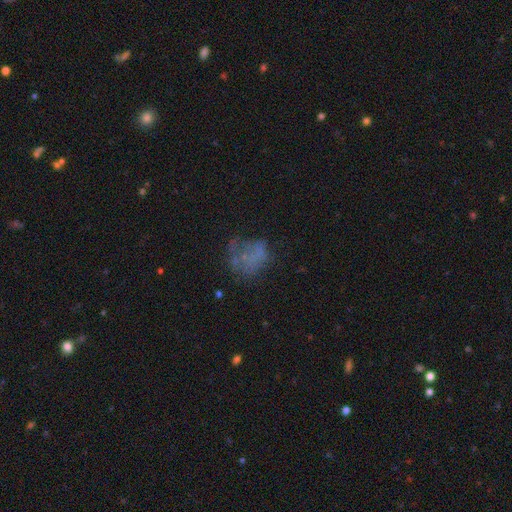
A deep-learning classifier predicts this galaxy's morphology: smooth_or_featured: smooth (p=0.41) [alt: featured or disk p=0.36]
merging: none (p=0.47) [alt: major disturbance p=0.28]